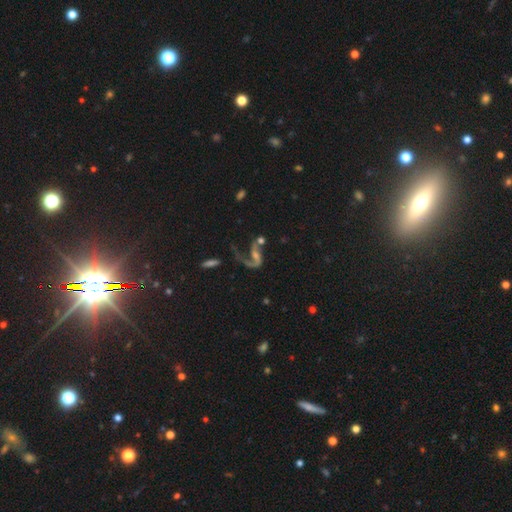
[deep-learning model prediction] A featured or disk galaxy (76%) with no bar (48%), 2 (52%) loose (78%) spiral arms (85%) and a small central bulge (43%). Merging: none (33%).